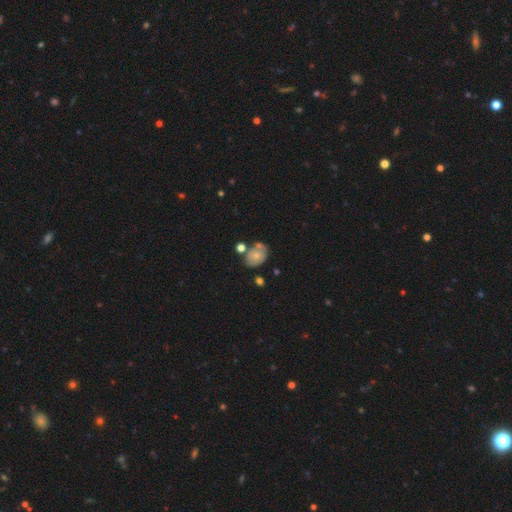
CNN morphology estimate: Q: Smooth or featured?
A: smooth (59%); runner-up: featured or disk (31%)
Q: How rounded?
A: in between (61%); runner-up: round (38%)
Q: Merging?
A: none (49%); runner-up: minor disturbance (22%)